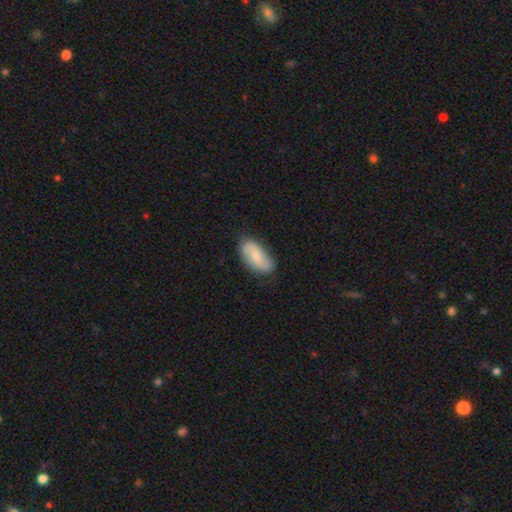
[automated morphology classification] Smooth or featured? Predicted: featured or disk (p=0.49). Merging? Predicted: none (p=0.79).